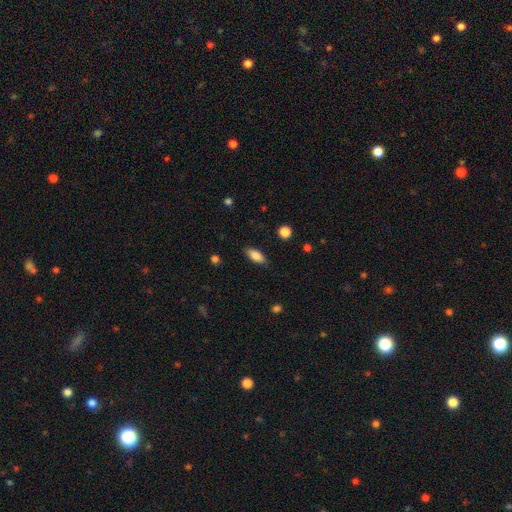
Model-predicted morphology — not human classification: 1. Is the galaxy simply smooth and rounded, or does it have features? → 84% smooth, 9% featured or disk, 7% star or artifact.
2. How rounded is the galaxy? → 80% in between, 18% cigar-shaped, 2% round.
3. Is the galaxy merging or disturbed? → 85% none, 11% minor disturbance, 3% major disturbance, 1% merger.